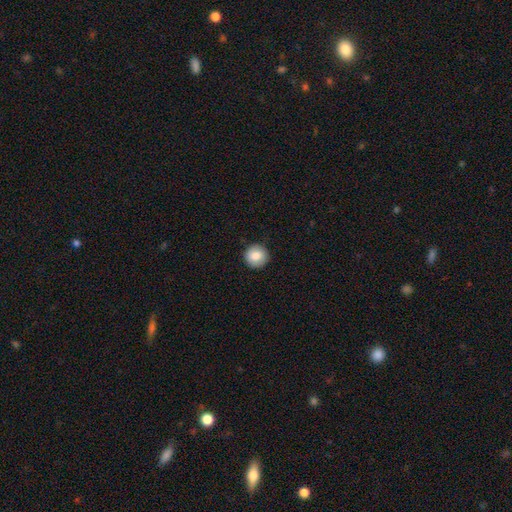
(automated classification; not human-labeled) Smooth or featured? smooth (83%)
How rounded? round (94%)
Merging? none (90%)